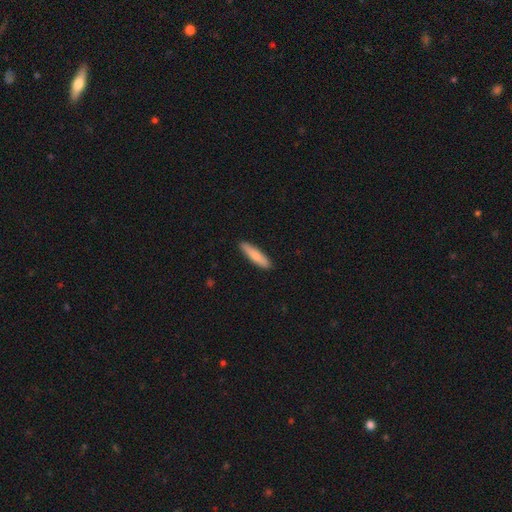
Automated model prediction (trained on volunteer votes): Smooth or featured? smooth (81%)
How rounded? cigar-shaped (81%)
Merging? none (89%)